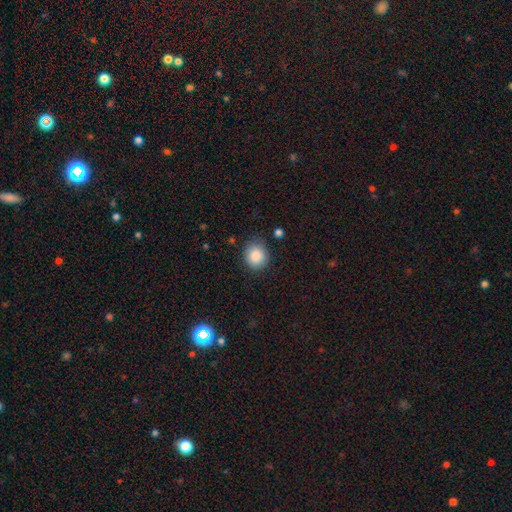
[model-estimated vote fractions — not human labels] Q: Smooth or featured?
A: smooth (87%); runner-up: star or artifact (9%)
Q: How rounded?
A: round (74%); runner-up: in between (25%)
Q: Merging?
A: none (82%); runner-up: minor disturbance (13%)